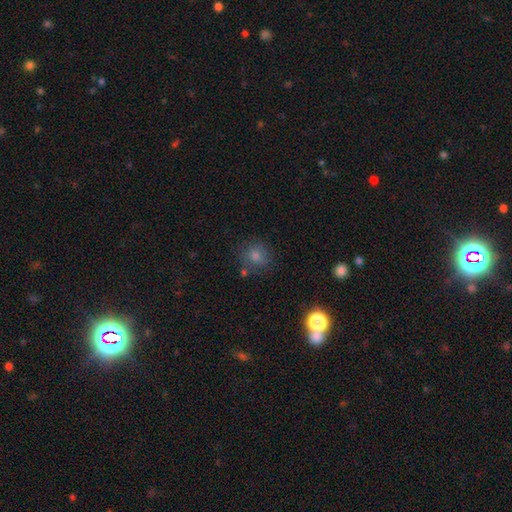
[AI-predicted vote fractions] smooth-or-featured: smooth: 78% | star or artifact: 12% | featured or disk: 10%
  how-rounded: round: 78% | in between: 21% | cigar-shaped: 1%
  merging: none: 72% | minor disturbance: 16% | major disturbance: 6% | merger: 6%